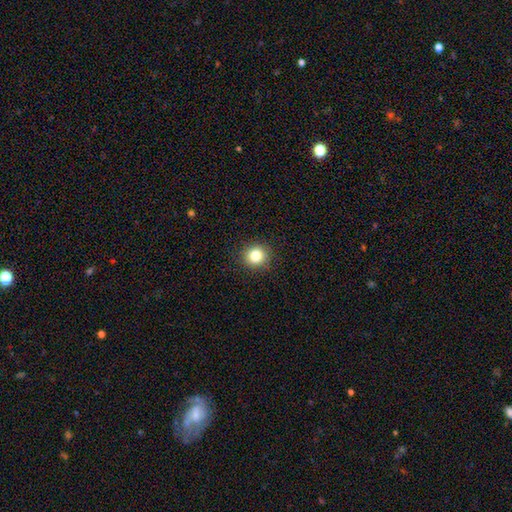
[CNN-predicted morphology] type=smooth (83%); roundness=round (91%); merging=none (91%).